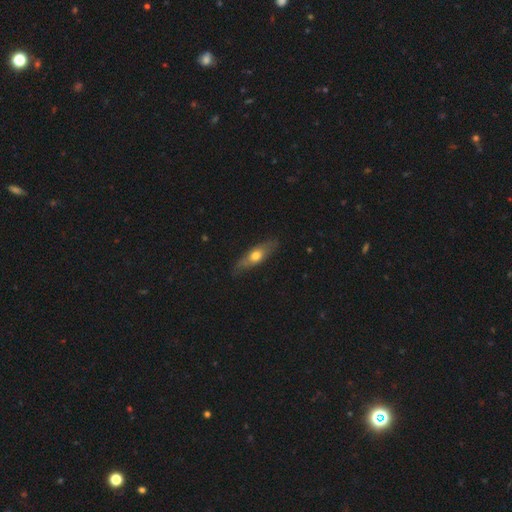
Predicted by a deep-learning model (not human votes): smooth-or-featured: smooth: 51% | featured or disk: 43% | star or artifact: 6%
  how-rounded: cigar-shaped: 51% | in between: 45% | round: 4%
  merging: none: 80% | minor disturbance: 16% | major disturbance: 3% | merger: 1%